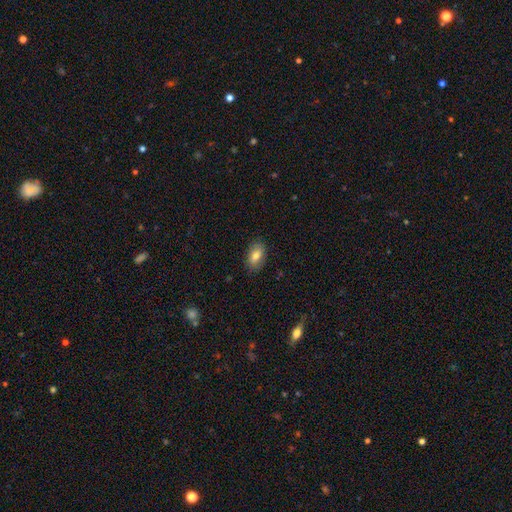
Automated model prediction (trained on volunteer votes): The model was most divided on "smooth or featured": smooth: 80%, featured or disk: 13%, star or artifact: 7%. More confident: how rounded — in between (90%); merging — none (85%).